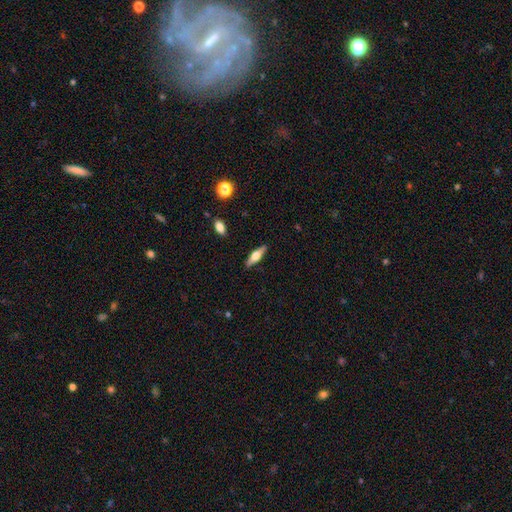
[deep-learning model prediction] smooth-or-featured: featured or disk: 54% | smooth: 39% | star or artifact: 6%
  disk-edge-on: yes: 94% | no: 6%
    edge-on-bulge: rounded: 91% | boxy: 7% | none: 2%
  merging: none: 88% | minor disturbance: 9% | major disturbance: 2% | merger: 1%